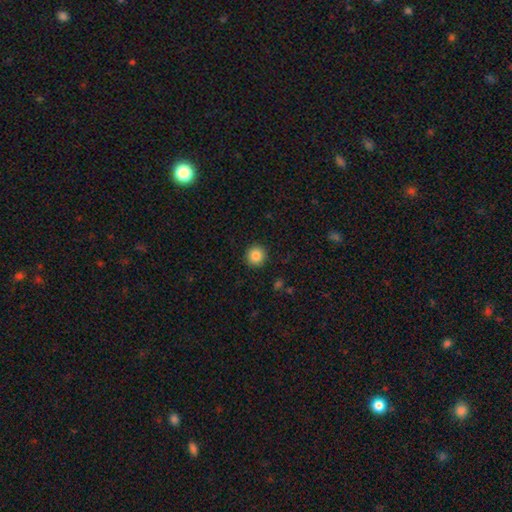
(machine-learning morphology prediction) Q: Smooth or featured?
A: smooth (86%); runner-up: star or artifact (10%)
Q: How rounded?
A: round (93%); runner-up: in between (6%)
Q: Merging?
A: none (92%); runner-up: minor disturbance (5%)